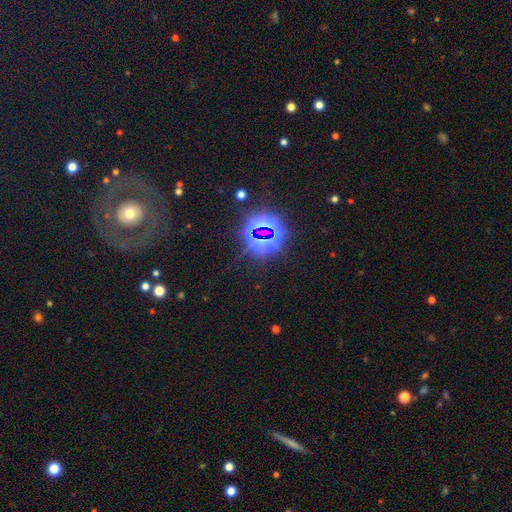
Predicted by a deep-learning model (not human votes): A star or artifact, not a galaxy (62%).